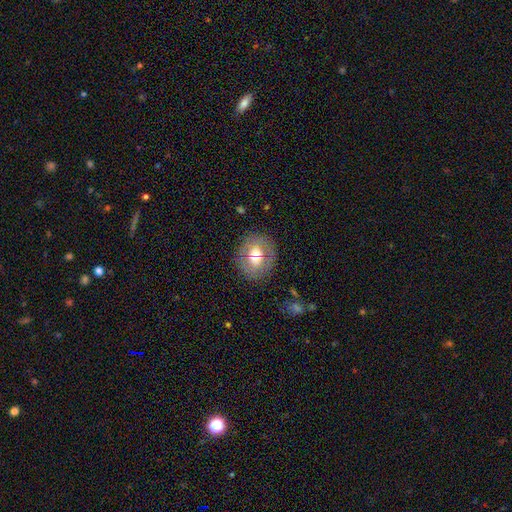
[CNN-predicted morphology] A smooth galaxy with no disk features (58%) that is round (60%).

Vote fractions:
- Smooth or featured? smooth: 58% / featured or disk: 33% / star or artifact: 9%
- How rounded? round: 60% / in between: 39% / cigar-shaped: 1%
- Merging? none: 81% / minor disturbance: 12% / major disturbance: 5% / merger: 2%